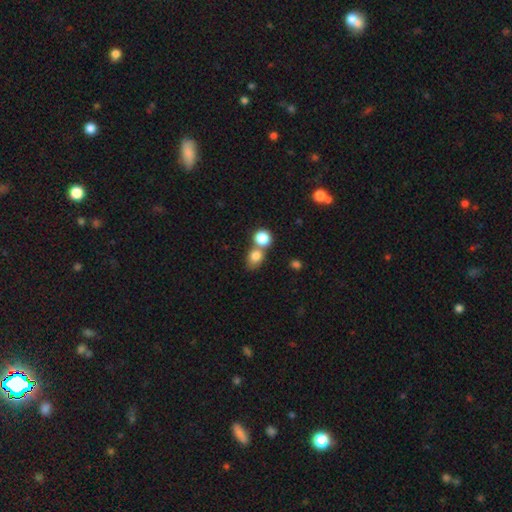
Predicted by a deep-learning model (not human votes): Morphology: type=smooth (81%); roundness=round (58%); merging=merger (46%).